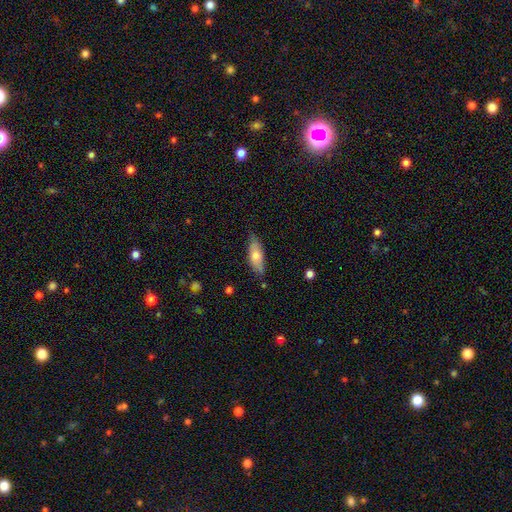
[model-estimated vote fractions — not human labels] A smooth galaxy with no disk features (65%) that is in between round and cigar-shaped (65%).

Vote fractions:
- Smooth or featured? smooth: 65% / featured or disk: 29% / star or artifact: 6%
- How rounded? in between: 65% / cigar-shaped: 33% / round: 2%
- Merging? none: 75% / minor disturbance: 20% / major disturbance: 3% / merger: 2%